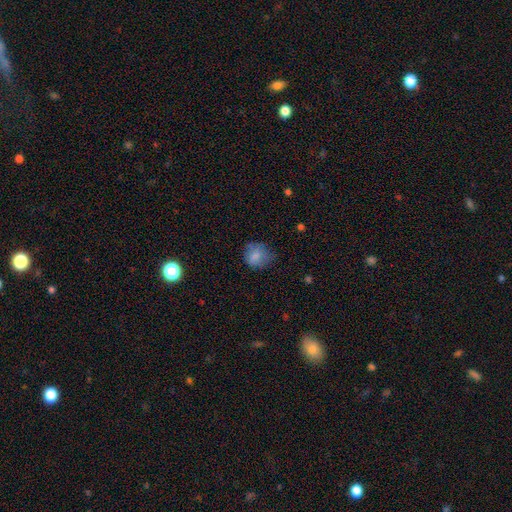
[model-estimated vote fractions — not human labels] smooth-or-featured: smooth: 79% | featured or disk: 12% | star or artifact: 9%
  how-rounded: round: 72% | in between: 27% | cigar-shaped: 1%
  merging: none: 63% | minor disturbance: 26% | major disturbance: 9% | merger: 2%